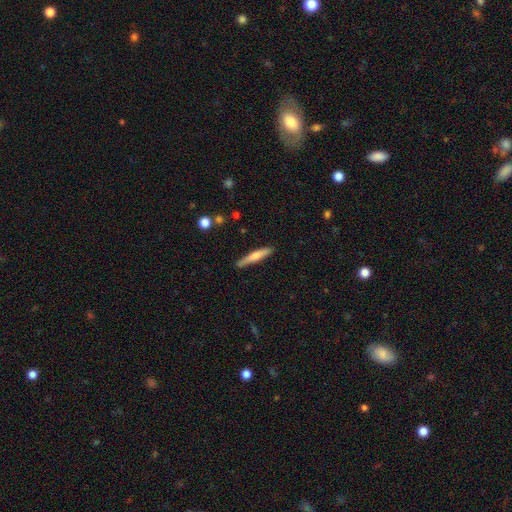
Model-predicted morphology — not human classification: This is likely a smooth galaxy (63%). How rounded: clearly cigar-shaped (92%). Merging: clearly none (85%).